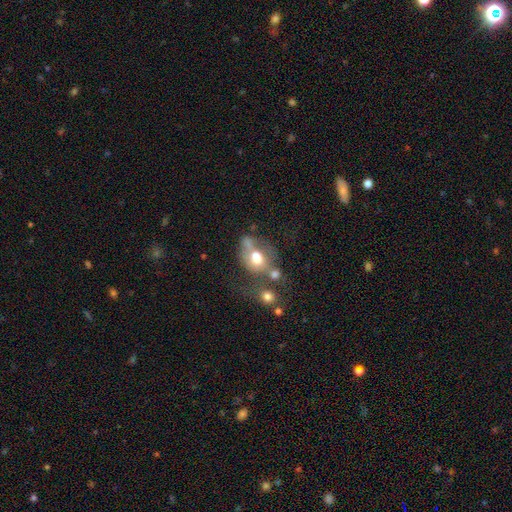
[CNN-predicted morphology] Smooth or featured? Predicted: smooth (p=0.60). How rounded? Predicted: in between (p=0.61). Merging? Predicted: merger (p=0.41).